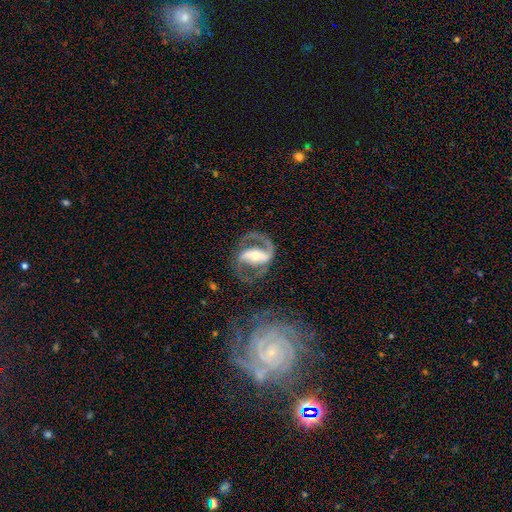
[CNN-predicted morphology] The model was most divided on "bulge size": moderate: 49%, small: 43%, large: 5%, none: 1%, dominant: 1%. More confident: edge-on disk — no (97%); spiral arms — yes (95%); smooth or featured — featured or disk (89%); spiral arm count — 2 (87%); merging — none (69%); bar — strong (64%); spiral winding — medium (55%).